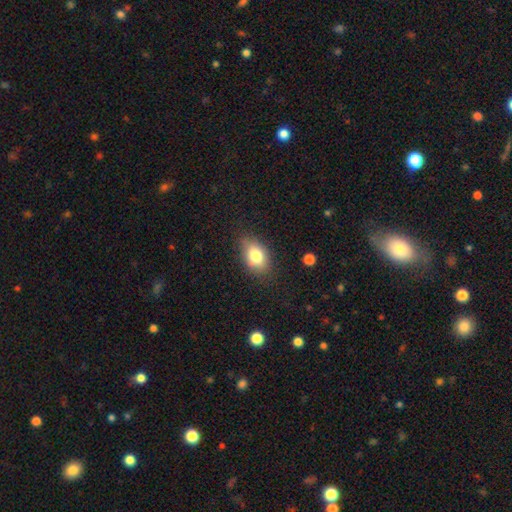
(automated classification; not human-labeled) Overall: smooth (78%). How rounded: in between (85%). Merging: none (76%).